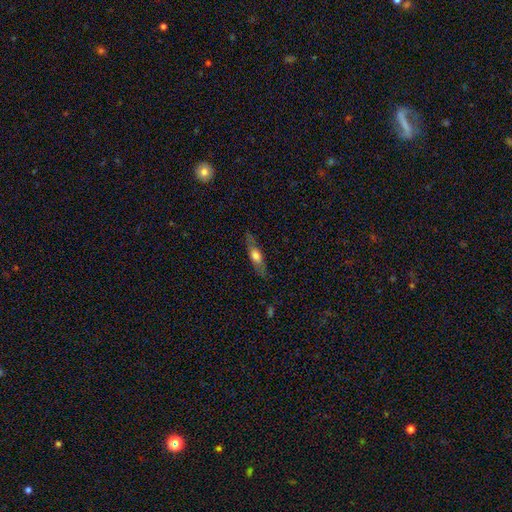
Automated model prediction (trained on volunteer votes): A smooth galaxy with no disk features (50%) that is cigar-shaped (63%).

Vote fractions:
- Smooth or featured? smooth: 50% / featured or disk: 43% / star or artifact: 7%
- How rounded? cigar-shaped: 63% / in between: 34% / round: 3%
- Merging? none: 80% / minor disturbance: 15% / major disturbance: 4% / merger: 1%